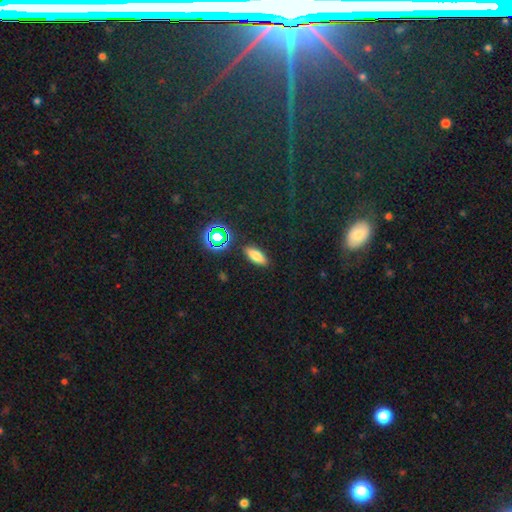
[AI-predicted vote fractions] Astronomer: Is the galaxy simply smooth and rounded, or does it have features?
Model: smooth — 71%.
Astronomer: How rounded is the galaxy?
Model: in between — 66%.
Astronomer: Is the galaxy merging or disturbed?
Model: none — 88%.